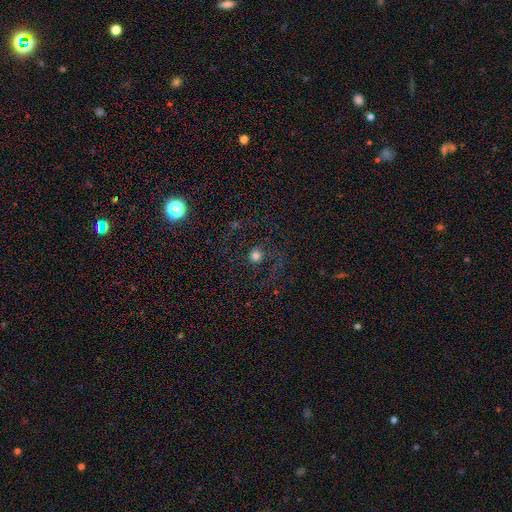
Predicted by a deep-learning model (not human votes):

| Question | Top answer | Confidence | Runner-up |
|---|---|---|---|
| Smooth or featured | smooth | 59% | featured or disk (21%) |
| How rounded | round | 88% | in between (11%) |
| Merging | none | 73% | major disturbance (12%) |